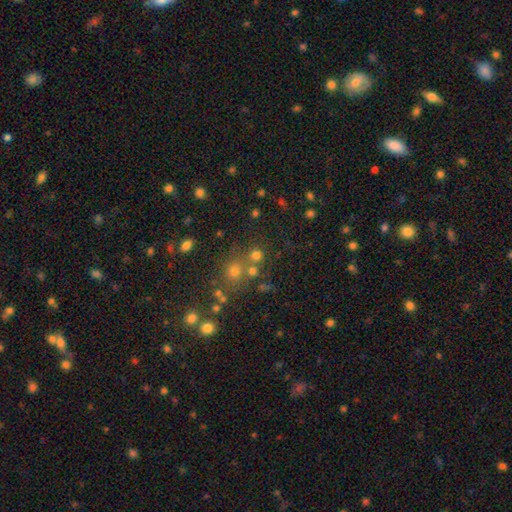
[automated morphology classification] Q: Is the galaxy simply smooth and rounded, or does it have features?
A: smooth — 56%.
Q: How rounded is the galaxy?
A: round — 88%.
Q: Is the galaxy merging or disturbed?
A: none — 65%.